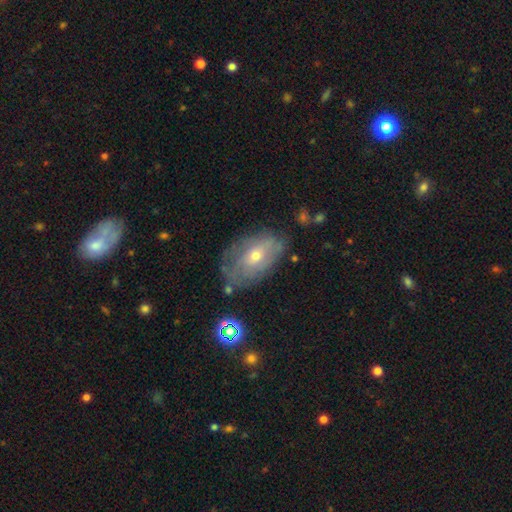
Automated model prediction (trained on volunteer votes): Morphology: type=featured or disk (51%); edge-on=no (89%); merging=none (60%).